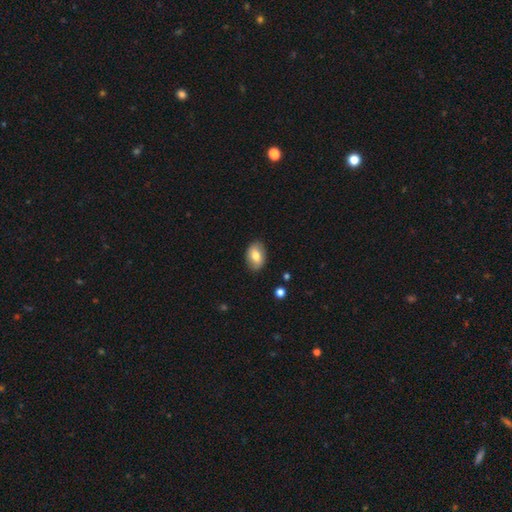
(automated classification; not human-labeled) A smooth galaxy with no disk features (74%) that is in between round and cigar-shaped (87%). Merging: none (85%).